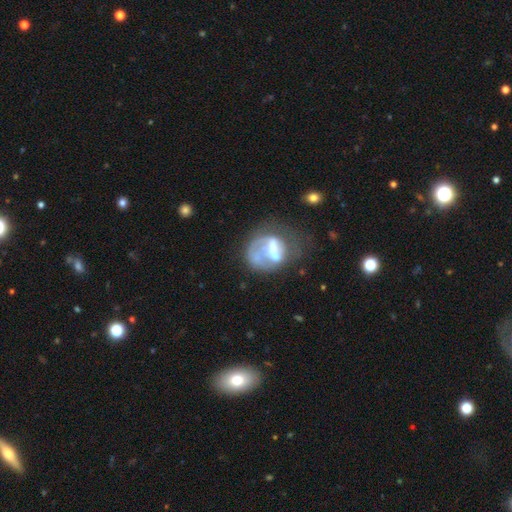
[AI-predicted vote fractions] Smooth or featured?
  - featured or disk: 59% *
  - smooth: 31%
  - star or artifact: 10%
Edge-on disk?
  - no: 97% *
  - yes: 3%
Bar?
  - no: 54% *
  - weak: 28%
  - strong: 17%
Spiral arms?
  - no: 68% *
  - yes: 32%
Bulge size?
  - none: 32% * (tied)
  - moderate: 32% * (tied)
  - small: 24%
  - large: 9%
  - dominant: 2%
Merging?
  - major disturbance: 34% *
  - none: 30%
  - merger: 18%
  - minor disturbance: 18%